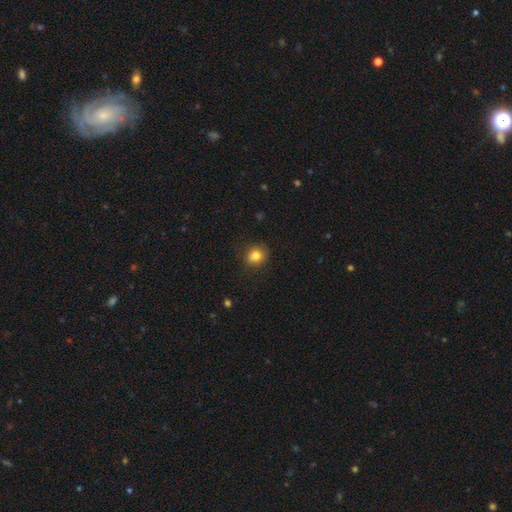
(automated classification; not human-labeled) This appears to be a smooth galaxy with no disk features (80%) that is round (66%). Merging: none (82%).